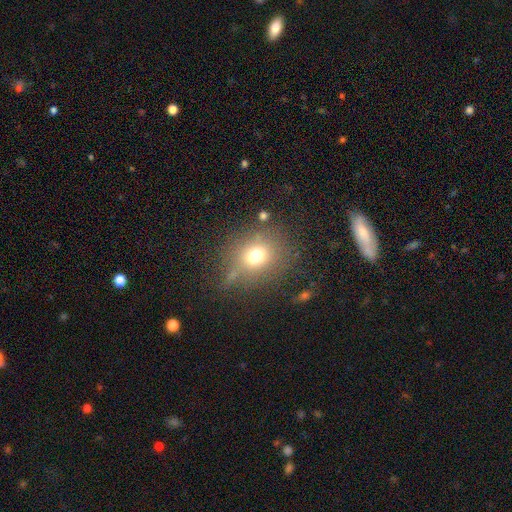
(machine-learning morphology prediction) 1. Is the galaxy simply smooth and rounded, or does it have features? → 68% smooth, 18% star or artifact, 14% featured or disk.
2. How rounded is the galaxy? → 73% round, 26% in between, 1% cigar-shaped.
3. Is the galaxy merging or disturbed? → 73% none, 15% minor disturbance, 8% major disturbance, 4% merger.